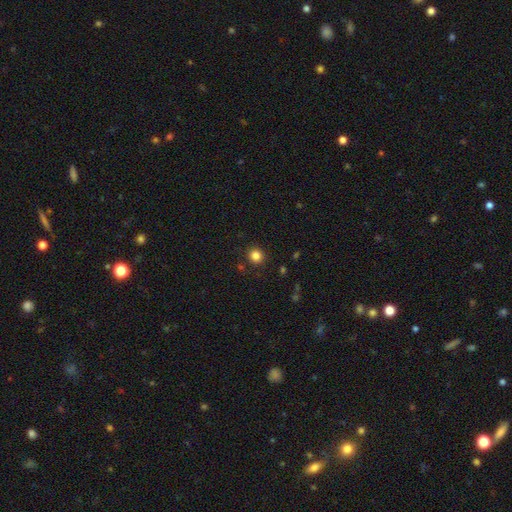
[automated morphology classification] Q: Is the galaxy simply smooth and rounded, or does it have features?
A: smooth — 84%.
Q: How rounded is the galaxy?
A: round — 90%.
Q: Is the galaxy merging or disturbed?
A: none — 90%.